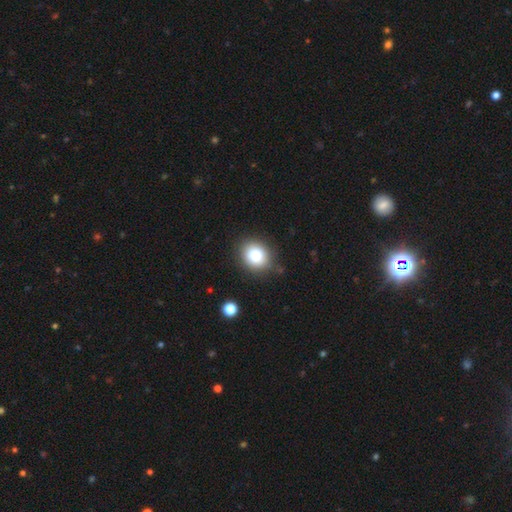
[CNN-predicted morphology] smooth 81%, star or artifact 10%, featured or disk 9%. Down the decision tree: how rounded — round (71%); merging — none (85%).